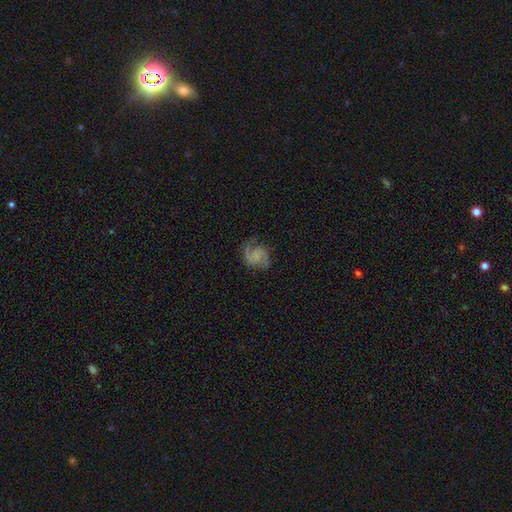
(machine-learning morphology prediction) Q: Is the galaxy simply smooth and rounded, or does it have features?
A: featured or disk — 80%.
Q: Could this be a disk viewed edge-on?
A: no — 98%.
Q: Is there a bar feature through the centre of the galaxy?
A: no — 62%.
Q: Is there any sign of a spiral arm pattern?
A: yes — 97%.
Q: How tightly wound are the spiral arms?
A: medium — 52%.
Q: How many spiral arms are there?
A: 2 — 90%.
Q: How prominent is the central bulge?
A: none — 59%.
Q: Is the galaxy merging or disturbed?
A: none — 75%.